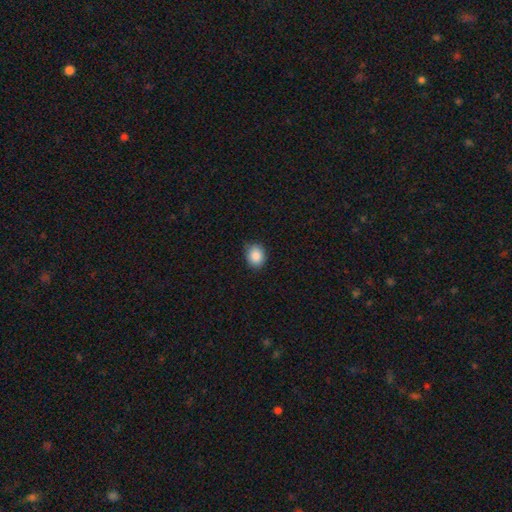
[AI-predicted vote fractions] This appears to be a smooth galaxy with no disk features (88%) that is round (57%). Merging: none (82%).